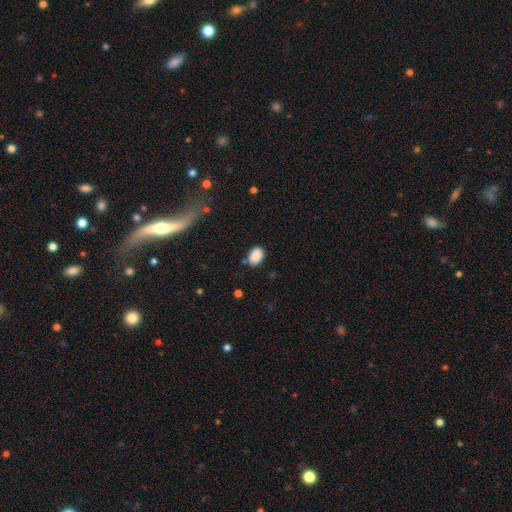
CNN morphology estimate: A smooth galaxy with no disk features (88%) that is in between round and cigar-shaped (80%).

Vote fractions:
- Smooth or featured? smooth: 88% / star or artifact: 8% / featured or disk: 4%
- How rounded? in between: 80% / round: 19% / cigar-shaped: 1%
- Merging? none: 78% / minor disturbance: 16% / major disturbance: 4% / merger: 3%